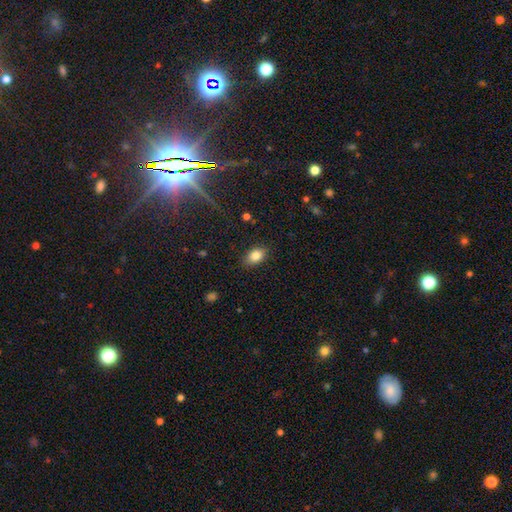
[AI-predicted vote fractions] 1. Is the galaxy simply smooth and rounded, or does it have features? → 84% smooth, 9% star or artifact, 7% featured or disk.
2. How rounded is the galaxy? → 85% in between, 14% round, 2% cigar-shaped.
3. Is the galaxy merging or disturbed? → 86% none, 11% minor disturbance, 3% major disturbance, 1% merger.